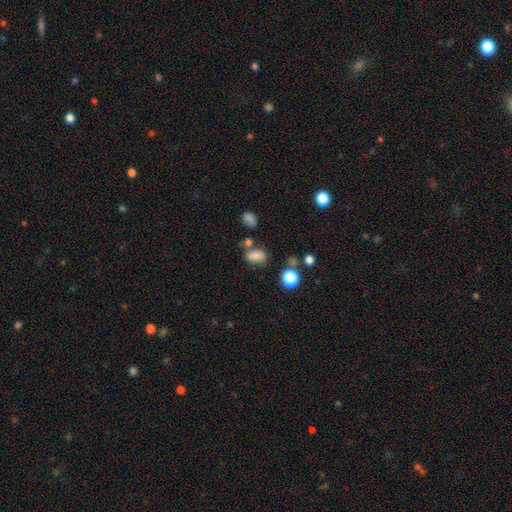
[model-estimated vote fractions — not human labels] Smooth or featured?
  - smooth: 78% *
  - star or artifact: 14%
  - featured or disk: 9%
How rounded?
  - in between: 81% *
  - round: 17%
  - cigar-shaped: 2%
Merging?
  - none: 61% *
  - minor disturbance: 18%
  - merger: 15%
  - major disturbance: 6%